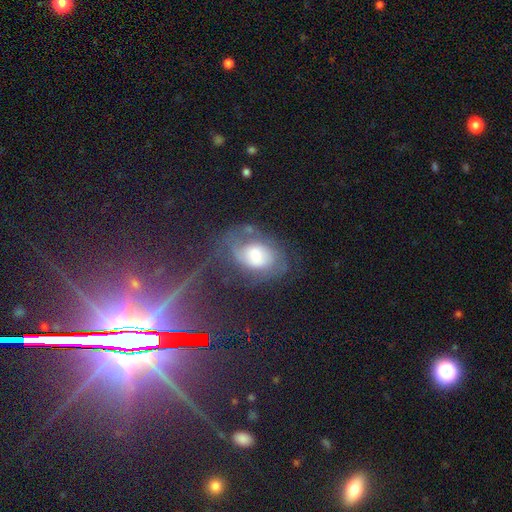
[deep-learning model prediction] Q: Smooth or featured?
A: featured or disk (53%); runner-up: smooth (32%)
Q: Edge-on disk?
A: no (95%); runner-up: yes (5%)
Q: Merging?
A: none (49%); runner-up: minor disturbance (24%)